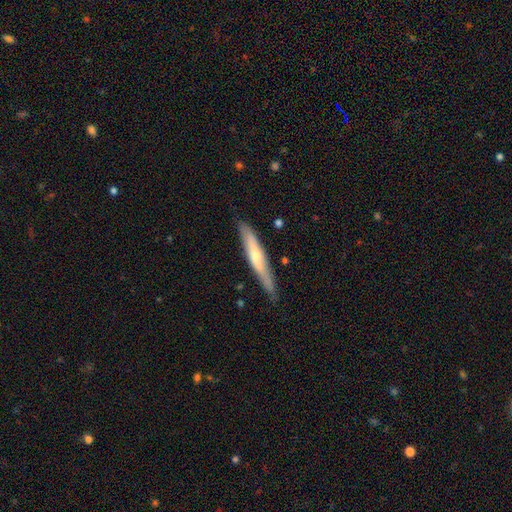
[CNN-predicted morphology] This is possibly a featured or disk galaxy (52%). It is clearly viewed edge-on (88%). Merging: clearly none (81%).